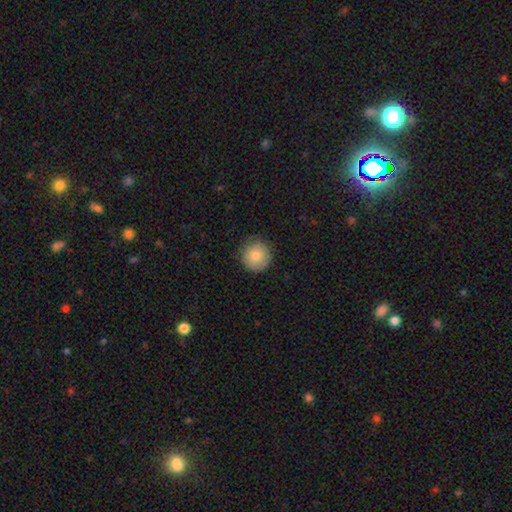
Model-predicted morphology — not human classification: Q: Smooth or featured?
A: smooth (83%); runner-up: featured or disk (9%)
Q: How rounded?
A: round (94%); runner-up: in between (5%)
Q: Merging?
A: none (83%); runner-up: minor disturbance (13%)